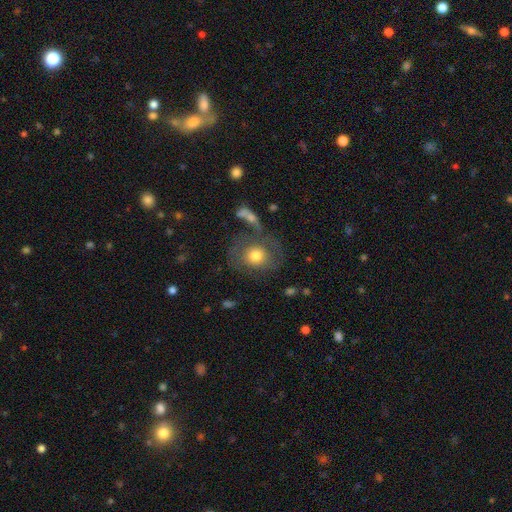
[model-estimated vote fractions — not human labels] The model was most divided on "smooth or featured": smooth: 55%, featured or disk: 36%, star or artifact: 9%. Remaining: how rounded — round (65%); merging — none (48%).